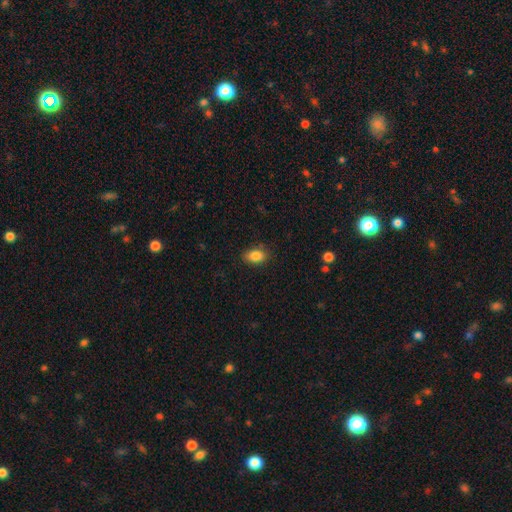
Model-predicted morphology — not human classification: A smooth galaxy with no disk features (86%) that is in between round and cigar-shaped (87%). Merging: none (84%).